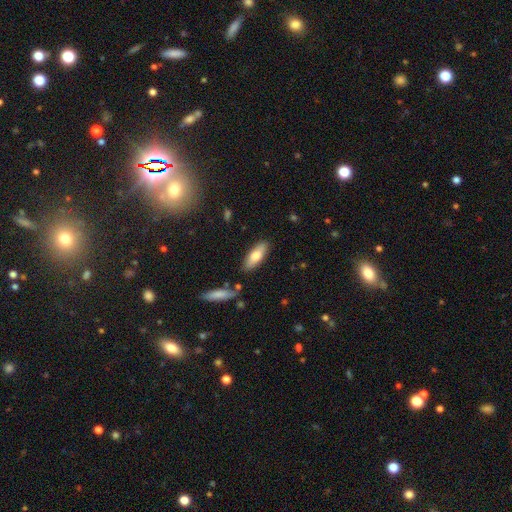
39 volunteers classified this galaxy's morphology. Q: Smooth or featured?
A: smooth (90%); runner-up: featured or disk (10%)
Q: How rounded?
A: in between (80%); runner-up: cigar-shaped (20%)
Q: Merging?
A: none (85%); runner-up: minor disturbance (8%)